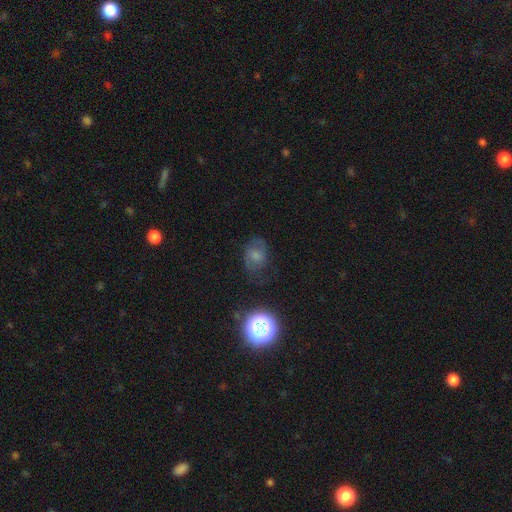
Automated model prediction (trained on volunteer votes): Smooth or featured: smooth — 50% (featured or disk — 32%)
Merging: none — 61% (minor disturbance — 24%)